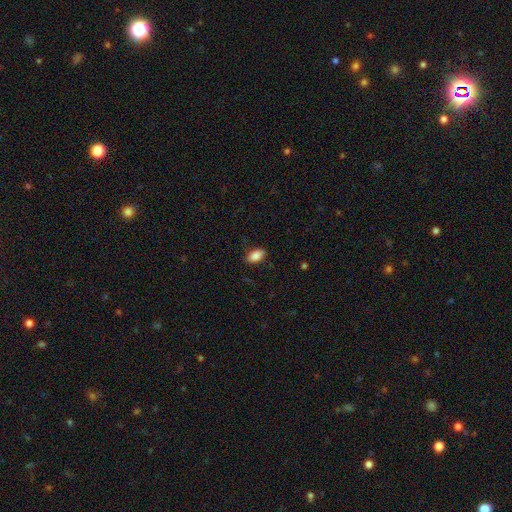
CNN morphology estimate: Smooth or featured: smooth — 86% (star or artifact — 7%)
How rounded: in between — 92% (cigar-shaped — 4%)
Merging: none — 84% (minor disturbance — 12%)